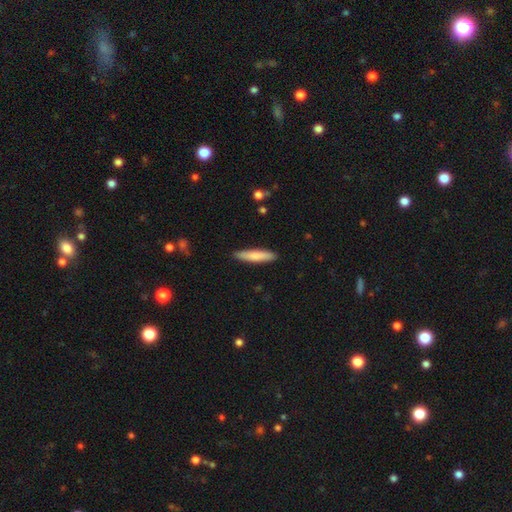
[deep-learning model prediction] This is likely a smooth galaxy (77%). How rounded: clearly cigar-shaped (84%). Merging: clearly none (90%).